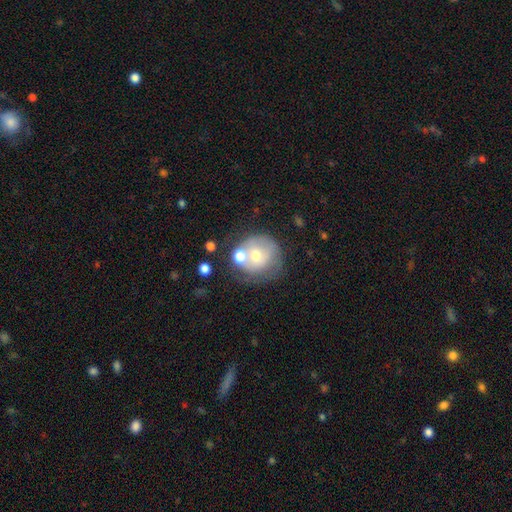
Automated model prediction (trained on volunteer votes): Smooth or featured? smooth (54%)
How rounded? round (82%)
Merging? none (40%)